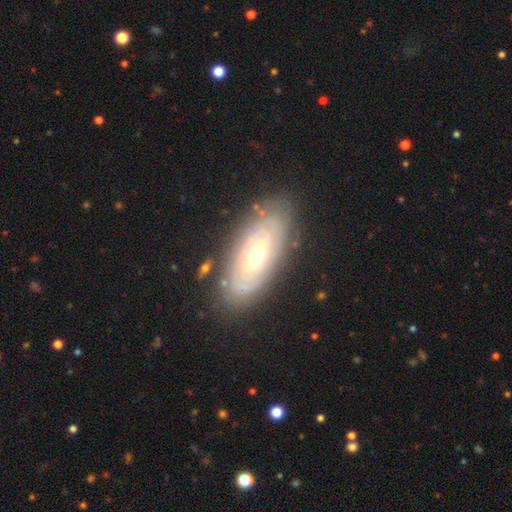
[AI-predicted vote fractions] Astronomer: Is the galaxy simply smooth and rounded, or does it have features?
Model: featured or disk — 64%.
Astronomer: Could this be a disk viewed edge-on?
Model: no — 85%.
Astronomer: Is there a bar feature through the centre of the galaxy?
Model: no — 82%.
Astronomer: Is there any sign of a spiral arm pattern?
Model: yes — 57% (runner-up: no, 43%).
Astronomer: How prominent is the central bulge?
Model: moderate — 69%.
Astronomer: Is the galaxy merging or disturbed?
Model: none — 80%.